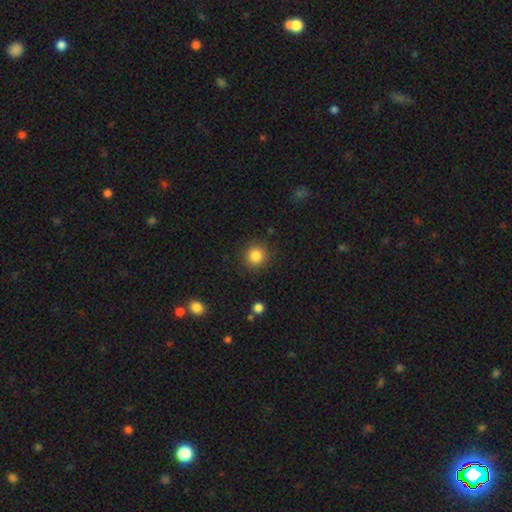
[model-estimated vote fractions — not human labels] The model was most divided on "smooth or featured": smooth: 85%, star or artifact: 11%, featured or disk: 5%. More confident: how rounded — round (94%); merging — none (90%).